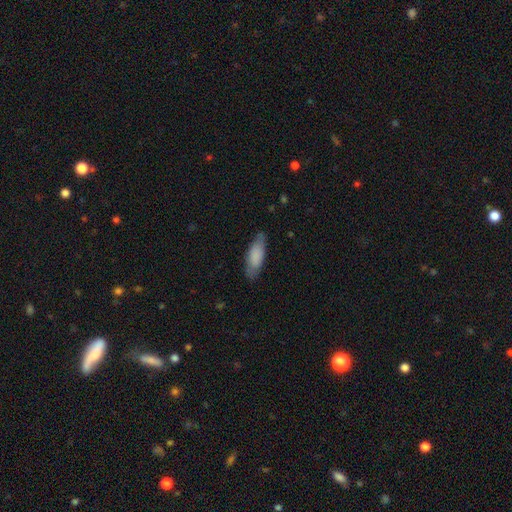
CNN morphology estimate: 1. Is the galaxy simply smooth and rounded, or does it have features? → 79% smooth, 15% featured or disk, 6% star or artifact.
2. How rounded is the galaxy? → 65% in between, 33% cigar-shaped, 2% round.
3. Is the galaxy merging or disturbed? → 76% none, 19% minor disturbance, 4% major disturbance, 1% merger.